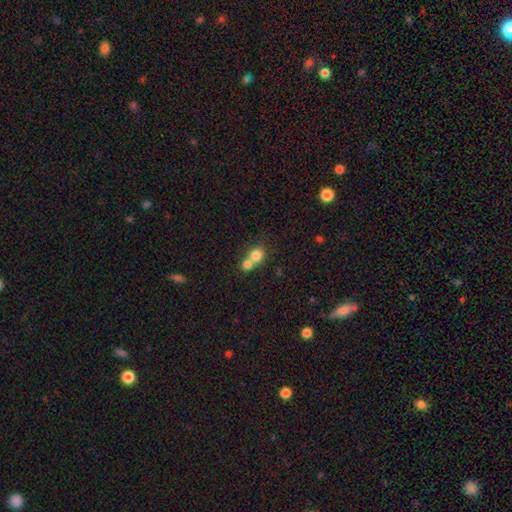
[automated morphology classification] Smooth or featured? smooth (78%)
How rounded? round (76%)
Merging? merger (66%)